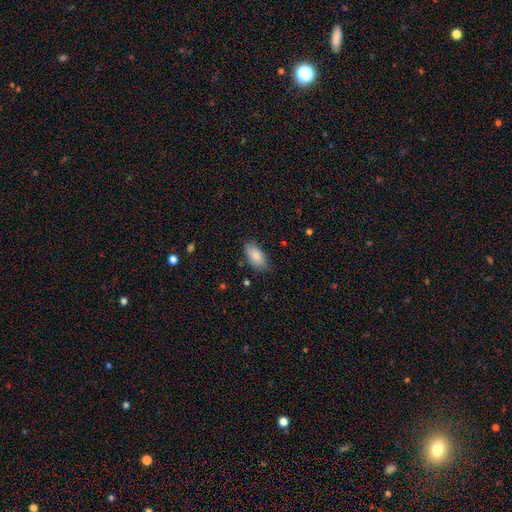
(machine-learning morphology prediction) This is clearly a smooth galaxy (85%). How rounded: clearly in between (93%). Merging: likely none (77%).